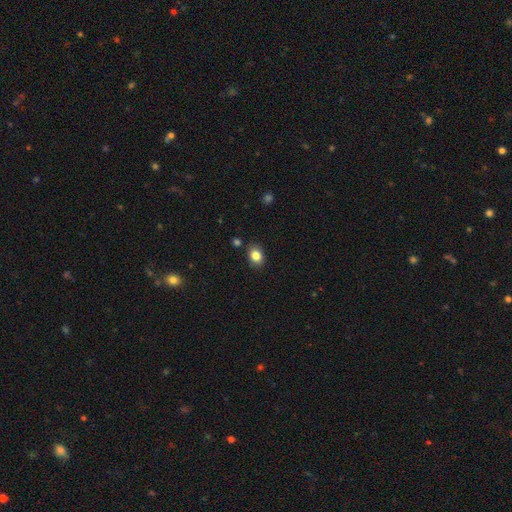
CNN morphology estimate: Overall: smooth (84%). How rounded: in between (64%; round 35%). Merging: none (84%).